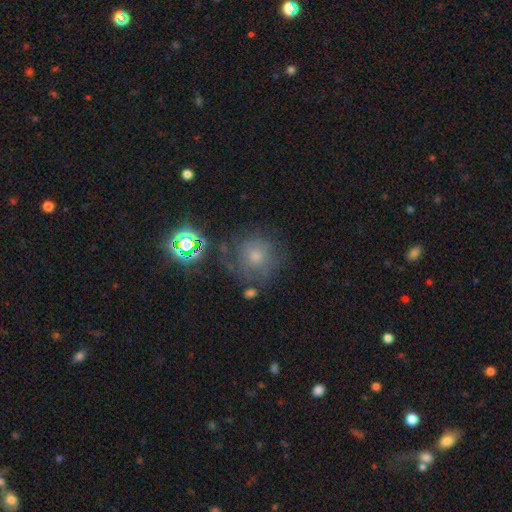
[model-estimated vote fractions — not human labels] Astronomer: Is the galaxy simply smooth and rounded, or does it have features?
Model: smooth — 56%.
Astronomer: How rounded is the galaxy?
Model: round — 93%.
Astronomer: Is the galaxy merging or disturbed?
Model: none — 70%.